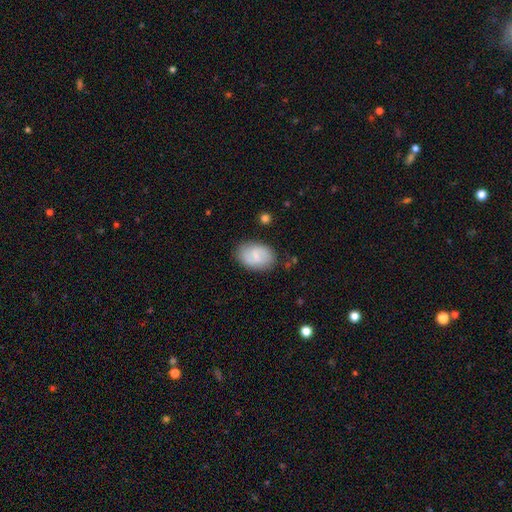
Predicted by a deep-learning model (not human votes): This appears to be a featured or disk galaxy (51%). Merging: none (82%).